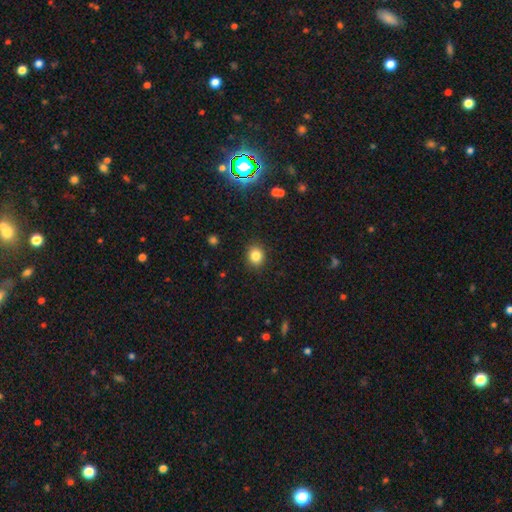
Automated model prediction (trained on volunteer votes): Overall: smooth (84%). How rounded: round (68%; in between 31%). Merging: none (89%).